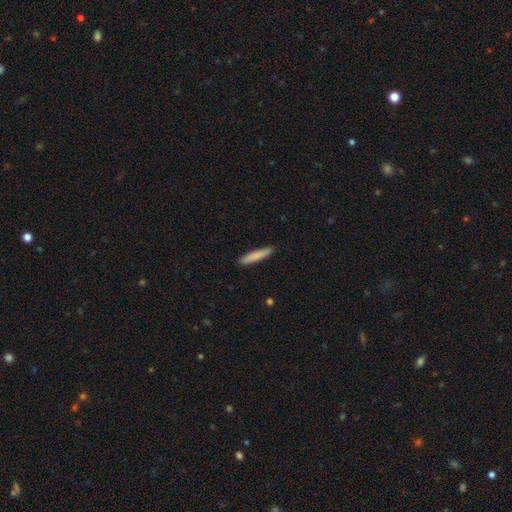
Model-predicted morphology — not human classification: Smooth or featured? Predicted: smooth (p=0.84). How rounded? Predicted: cigar-shaped (p=0.90). Merging? Predicted: none (p=0.90).